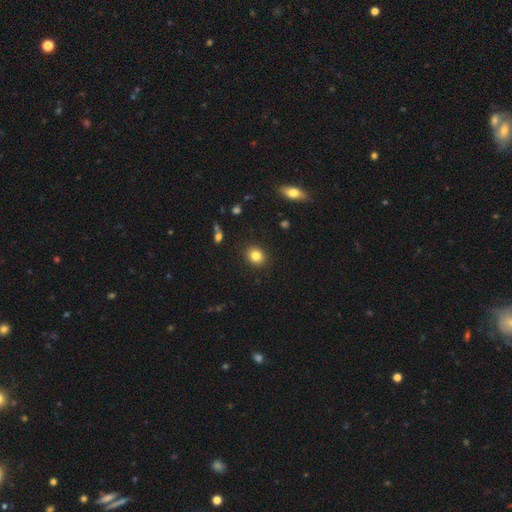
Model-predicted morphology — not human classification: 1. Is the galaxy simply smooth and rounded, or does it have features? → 83% smooth, 10% star or artifact, 7% featured or disk.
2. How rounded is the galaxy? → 67% round, 32% in between, 1% cigar-shaped.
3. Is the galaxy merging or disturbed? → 90% none, 7% minor disturbance, 2% major disturbance, 1% merger.